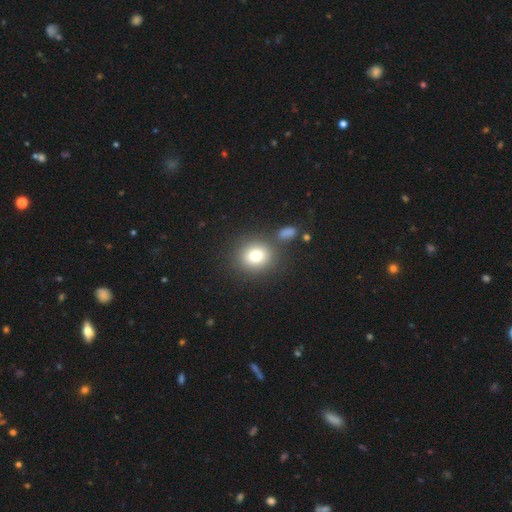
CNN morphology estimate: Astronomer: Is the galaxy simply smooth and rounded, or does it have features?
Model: smooth — 77%.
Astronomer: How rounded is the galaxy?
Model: round — 81%.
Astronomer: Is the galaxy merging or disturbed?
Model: none — 78%.